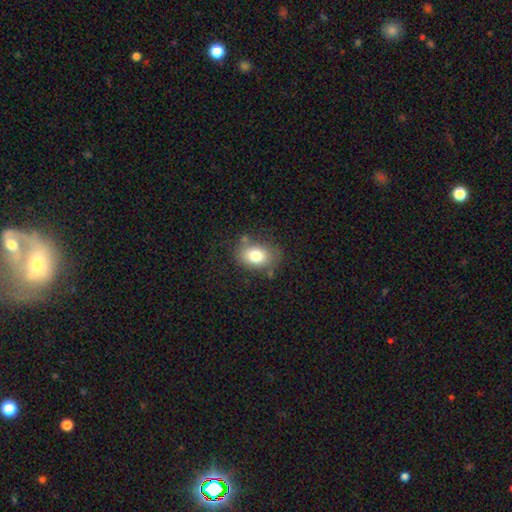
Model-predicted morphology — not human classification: Smooth or featured? Predicted: smooth (p=0.78). How rounded? Predicted: in between (p=0.71). Merging? Predicted: none (p=0.71).